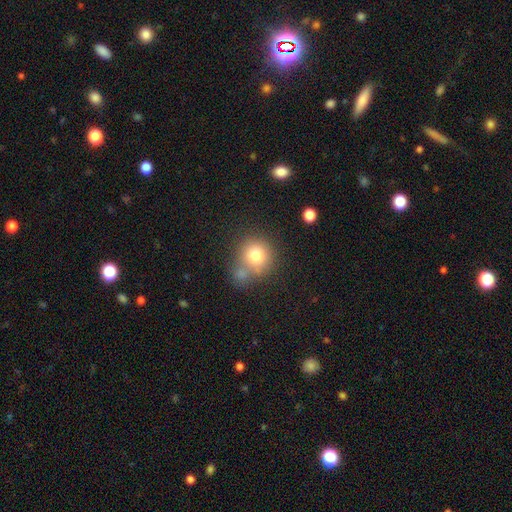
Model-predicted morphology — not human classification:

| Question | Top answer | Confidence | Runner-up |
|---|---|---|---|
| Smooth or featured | smooth | 77% | featured or disk (12%) |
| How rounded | round | 86% | in between (13%) |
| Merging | none | 53% | merger (27%) |